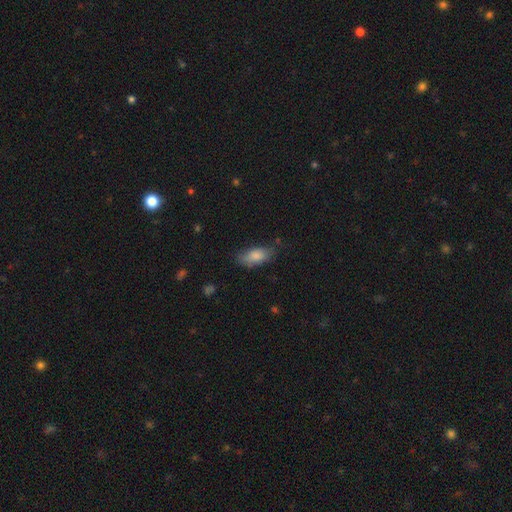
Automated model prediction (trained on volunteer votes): This appears to be a smooth galaxy with no disk features (83%) that is in between round and cigar-shaped (86%). Merging: none (69%).